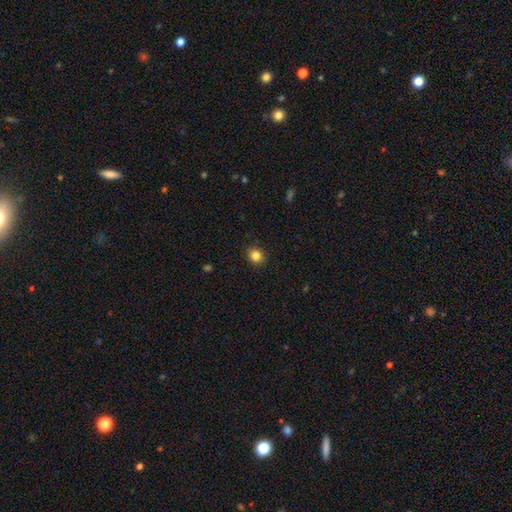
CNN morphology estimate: type=smooth (84%); roundness=round (79%); merging=none (90%).